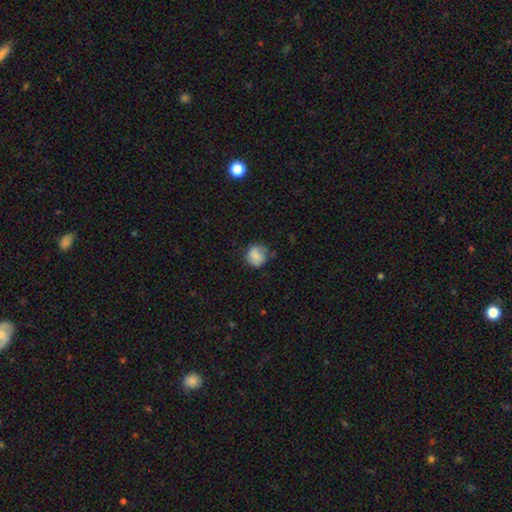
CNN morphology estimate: Q: Smooth or featured?
A: smooth (67%); runner-up: featured or disk (25%)
Q: How rounded?
A: round (82%); runner-up: in between (17%)
Q: Merging?
A: none (57%); runner-up: minor disturbance (29%)